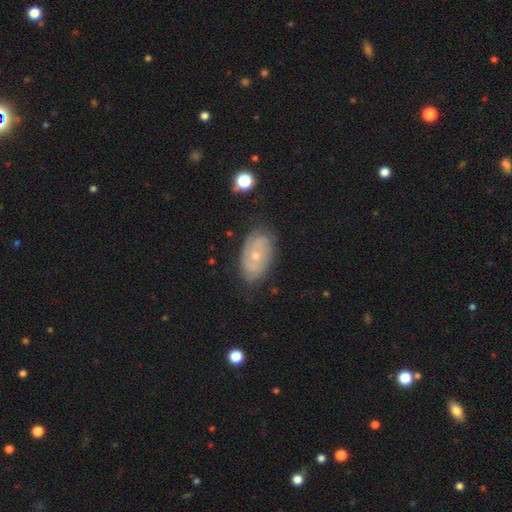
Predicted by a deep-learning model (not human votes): smooth_or_featured: featured or disk (p=0.61) [alt: smooth p=0.30]
disk_edge_on: no (p=0.94) [alt: yes p=0.06]
bar: no (p=0.80) [alt: weak p=0.17]
has_spiral_arms: yes (p=0.74) [alt: no p=0.26]
bulge_size: small (p=0.67) [alt: moderate p=0.29]
merging: none (p=0.77) [alt: minor disturbance p=0.17]